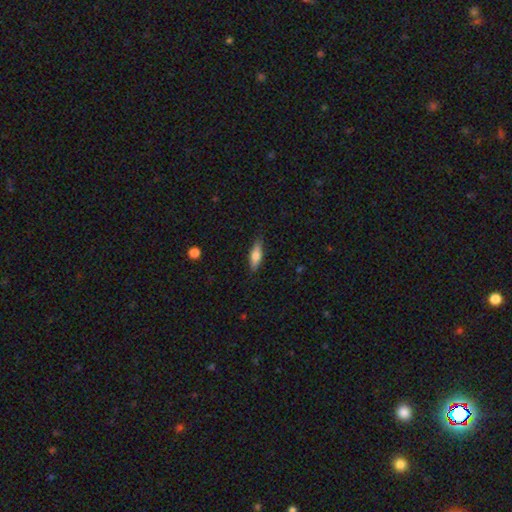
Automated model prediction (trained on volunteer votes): Overall: smooth (69%). How rounded: cigar-shaped (49%; in between 48%). Merging: none (85%).